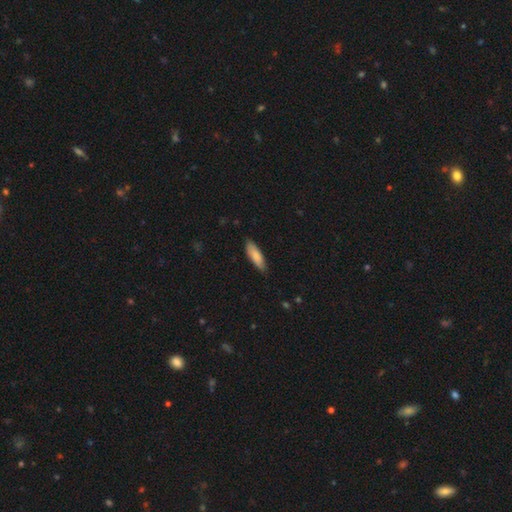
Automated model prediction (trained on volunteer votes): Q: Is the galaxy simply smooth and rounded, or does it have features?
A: smooth — 84%.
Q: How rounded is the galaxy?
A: in between — 51%.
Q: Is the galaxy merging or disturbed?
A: none — 83%.